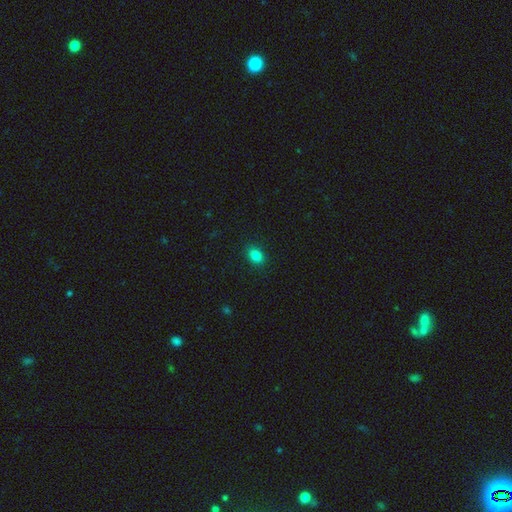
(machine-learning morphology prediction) Smooth or featured: smooth — 84% (star or artifact — 11%)
How rounded: in between — 66% (round — 33%)
Merging: none — 88% (minor disturbance — 8%)